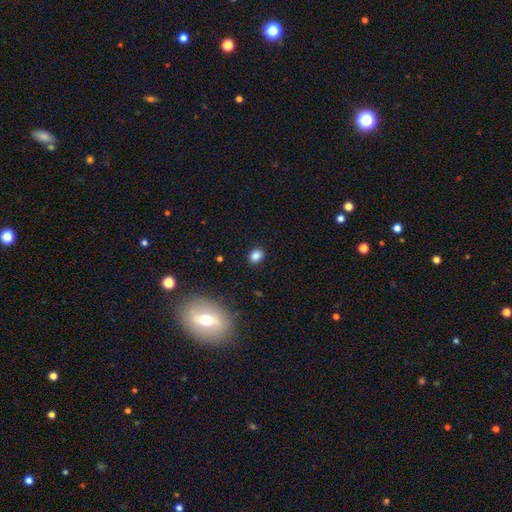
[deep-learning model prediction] This is clearly a smooth galaxy (84%). How rounded: possibly in between (55%). Merging: clearly none (89%).